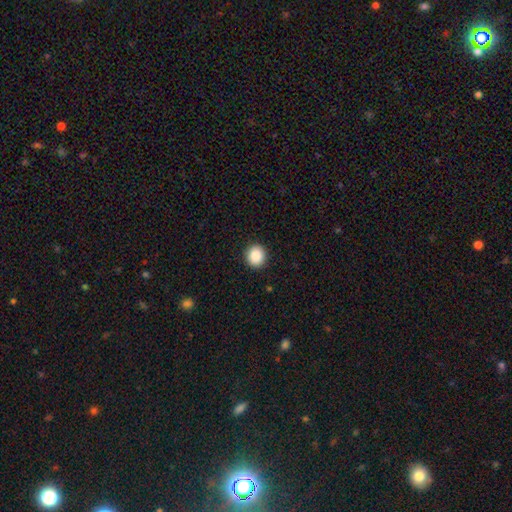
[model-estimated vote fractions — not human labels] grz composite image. It shows a smooth galaxy with no disk features (88%) that is round (88%). Merging: none (92%).